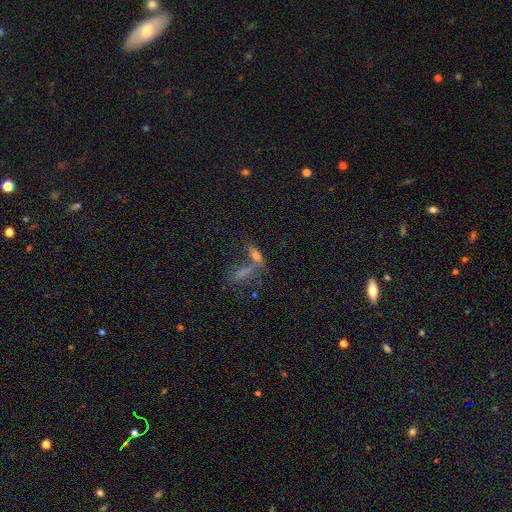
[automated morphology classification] Smooth or featured? smooth (59%)
How rounded? in between (54%)
Merging? merger (47%)